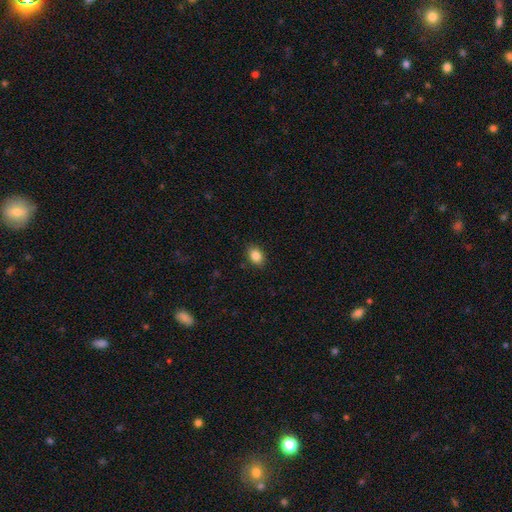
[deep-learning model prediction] This appears to be a smooth galaxy with no disk features (86%) that is in between round and cigar-shaped (74%). Merging: none (87%).